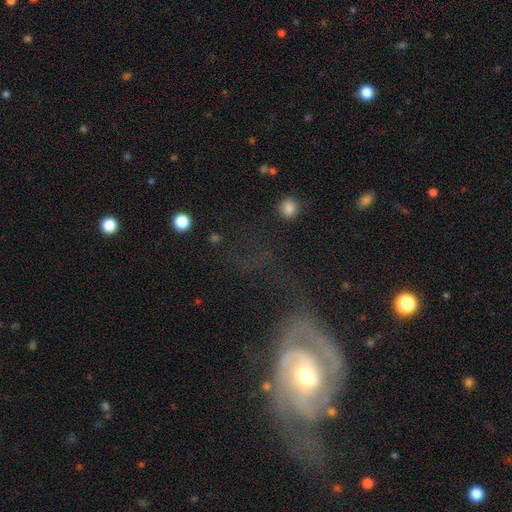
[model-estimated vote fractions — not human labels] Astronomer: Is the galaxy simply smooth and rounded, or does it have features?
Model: featured or disk — 73%.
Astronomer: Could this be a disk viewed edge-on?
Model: no — 95%.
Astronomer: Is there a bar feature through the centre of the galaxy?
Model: no — 53% (runner-up: weak, 33%).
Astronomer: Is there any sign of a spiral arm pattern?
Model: yes — 82%.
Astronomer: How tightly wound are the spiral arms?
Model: tight — 42% (runner-up: medium, 37%).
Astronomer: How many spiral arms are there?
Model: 2 — 56%.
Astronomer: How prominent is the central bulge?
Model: moderate — 60%.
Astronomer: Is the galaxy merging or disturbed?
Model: none — 45% (runner-up: major disturbance, 29%).